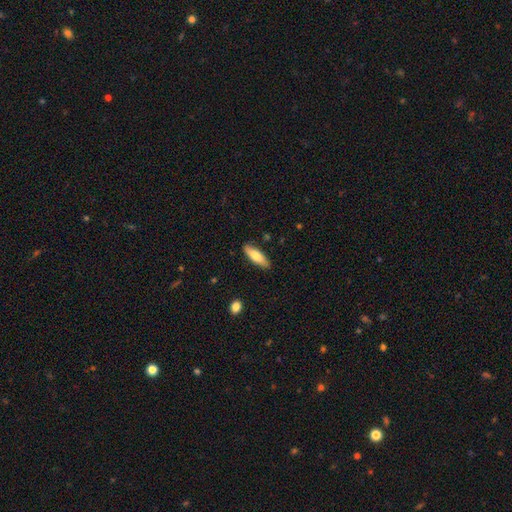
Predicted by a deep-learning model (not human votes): Smooth or featured? smooth (72%)
How rounded? in between (54%)
Merging? none (84%)